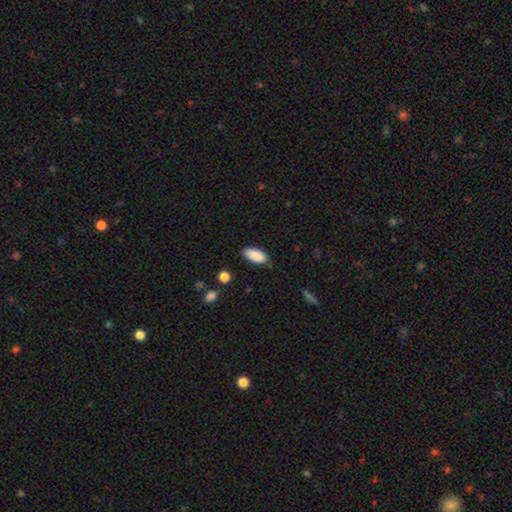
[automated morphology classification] This is clearly a smooth galaxy (89%). How rounded: clearly in between (90%). Merging: clearly none (81%).